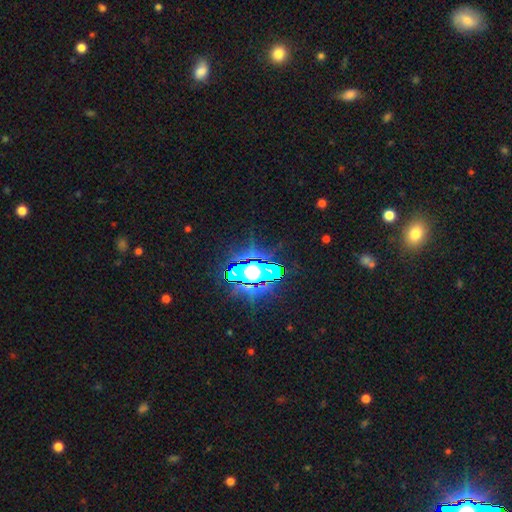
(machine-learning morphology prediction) Q: Smooth or featured?
A: star or artifact (82%); runner-up: smooth (11%)